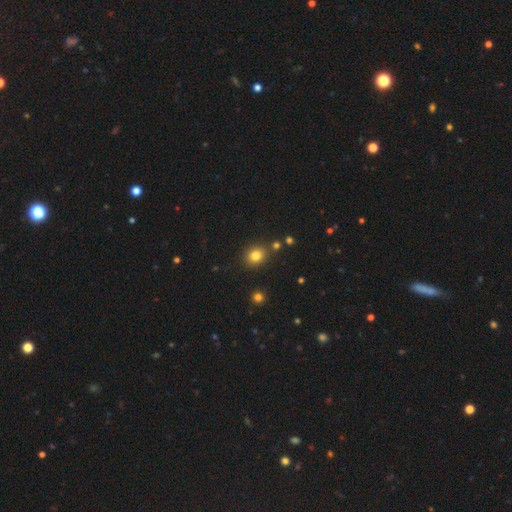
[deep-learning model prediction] A smooth galaxy with no disk features (81%) that is round (68%).

Vote fractions:
- Smooth or featured? smooth: 81% / star or artifact: 13% / featured or disk: 6%
- How rounded? round: 68% / in between: 31% / cigar-shaped: 1%
- Merging? none: 83% / minor disturbance: 9% / merger: 5% / major disturbance: 3%